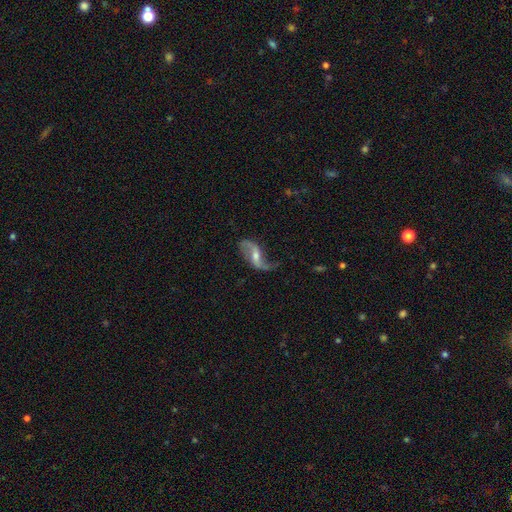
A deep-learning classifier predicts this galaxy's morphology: Q: Smooth or featured?
A: featured or disk (87%); runner-up: smooth (8%)
Q: Edge-on disk?
A: no (95%); runner-up: yes (5%)
Q: Bar?
A: weak (43%); runner-up: no (29%)
Q: Spiral arms?
A: yes (95%); runner-up: no (5%)
Q: Spiral winding?
A: loose (87%); runner-up: medium (10%)
Q: Spiral arm count?
A: 2 (91%); runner-up: 1 (4%)
Q: Bulge size?
A: moderate (53%); runner-up: small (37%)
Q: Merging?
A: none (68%); runner-up: minor disturbance (18%)